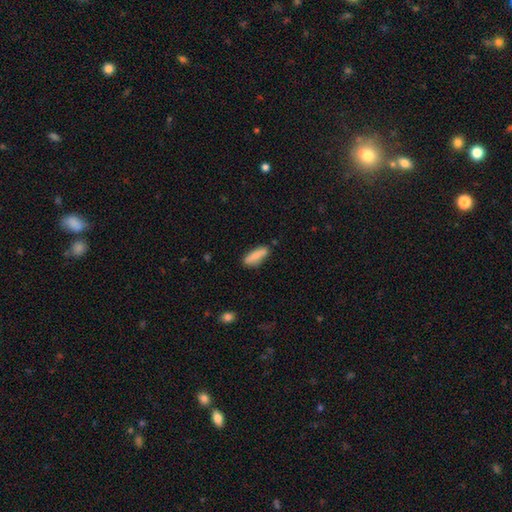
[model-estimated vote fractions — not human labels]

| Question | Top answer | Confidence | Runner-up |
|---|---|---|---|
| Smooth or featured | smooth | 83% | featured or disk (10%) |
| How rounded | cigar-shaped | 54% | in between (44%) |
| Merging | none | 82% | minor disturbance (13%) |